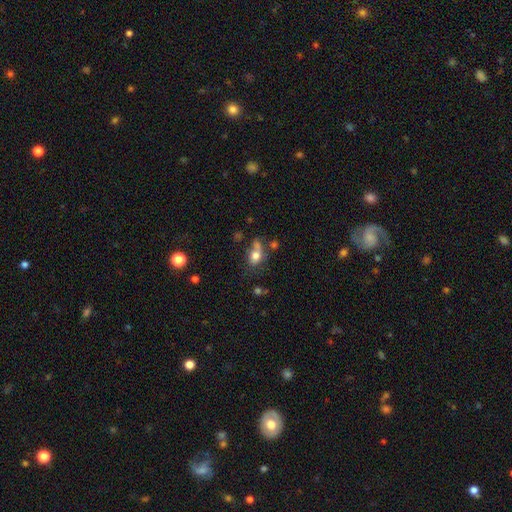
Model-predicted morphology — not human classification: A smooth galaxy with no disk features (75%) that is in between round and cigar-shaped (59%).

Vote fractions:
- Smooth or featured? smooth: 75% / featured or disk: 13% / star or artifact: 12%
- How rounded? in between: 59% / round: 39% / cigar-shaped: 2%
- Merging? none: 40% / merger: 25% / minor disturbance: 21% / major disturbance: 14%